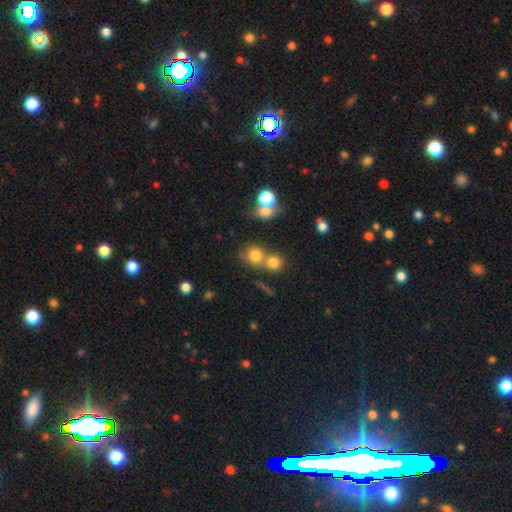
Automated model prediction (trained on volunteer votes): Morphology: type=smooth (74%); roundness=round (78%); merging=none (45%).